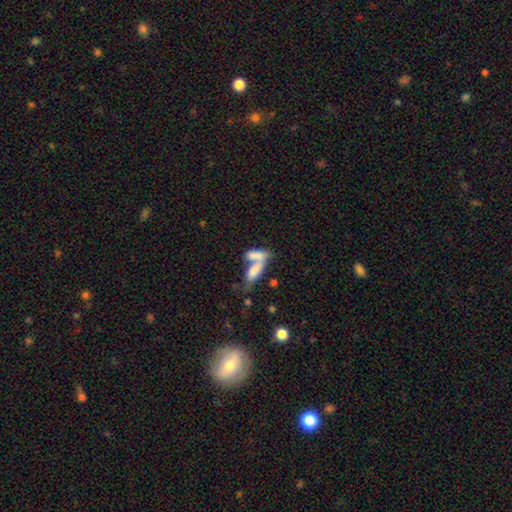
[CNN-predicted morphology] This is likely a smooth galaxy (75%). How rounded: likely in between (67%). Merging: likely merger (68%).